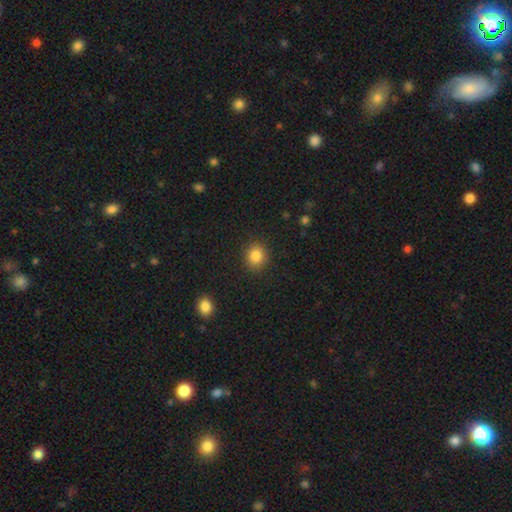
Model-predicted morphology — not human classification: This appears to be a smooth galaxy with no disk features (85%) that is round (78%). Merging: none (89%).